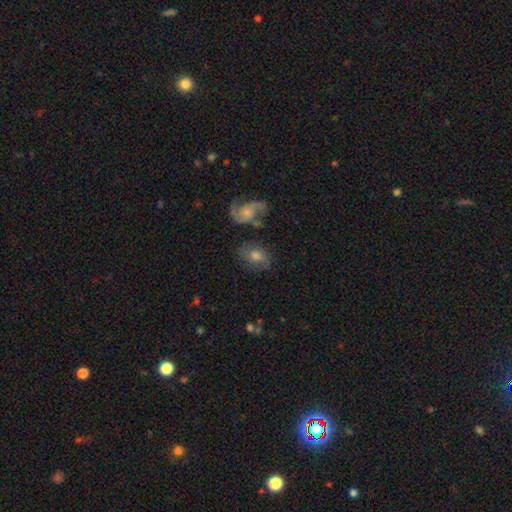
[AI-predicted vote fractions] A featured or disk galaxy (44%, tied with smooth).

Vote fractions:
- Smooth or featured? featured or disk: 44% (tied) / smooth: 44% (tied) / star or artifact: 12%
- Merging? none: 62% / minor disturbance: 18% / merger: 10% / major disturbance: 9%